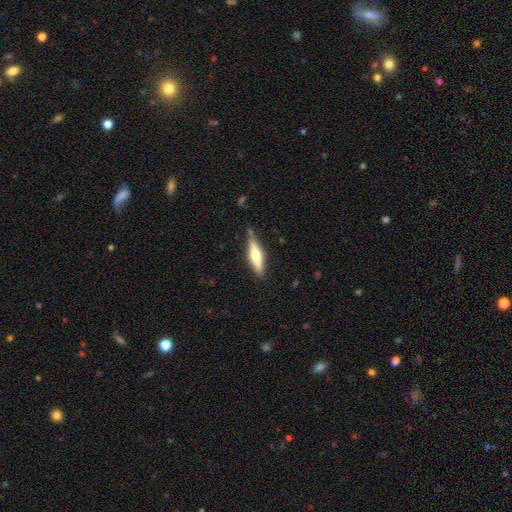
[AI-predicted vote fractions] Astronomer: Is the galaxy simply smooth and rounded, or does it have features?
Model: featured or disk — 53% (runner-up: smooth, 42%).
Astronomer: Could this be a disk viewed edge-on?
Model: yes — 94%.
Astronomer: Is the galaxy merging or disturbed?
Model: none — 81%.